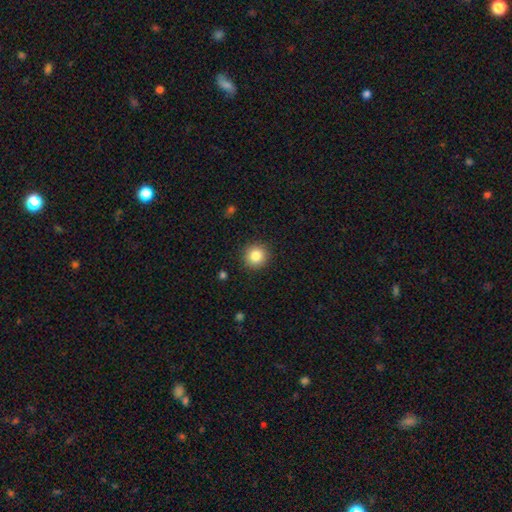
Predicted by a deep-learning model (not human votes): smooth-or-featured: smooth: 84% | star or artifact: 10% | featured or disk: 6%
  how-rounded: round: 94% | in between: 5% | cigar-shaped: 1%
  merging: none: 91% | minor disturbance: 6% | major disturbance: 2% | merger: 1%